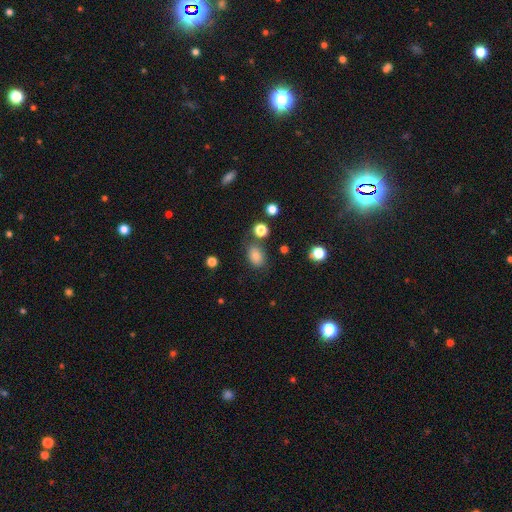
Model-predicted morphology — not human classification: Smooth or featured: smooth — 81% (star or artifact — 12%)
How rounded: in between — 73% (round — 25%)
Merging: none — 72% (minor disturbance — 16%)